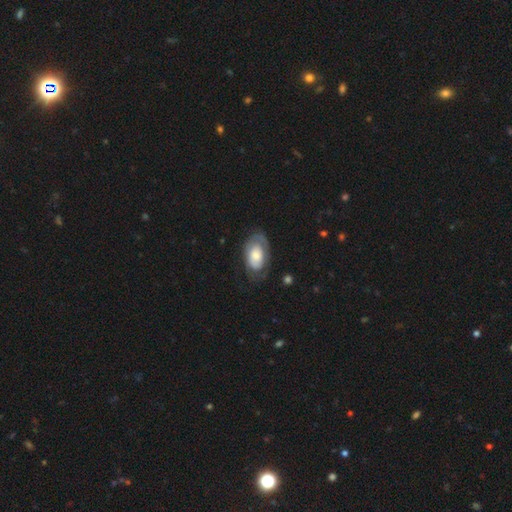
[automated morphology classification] Smooth or featured: featured or disk — 48% (smooth — 46%)
Merging: none — 60% (minor disturbance — 24%)